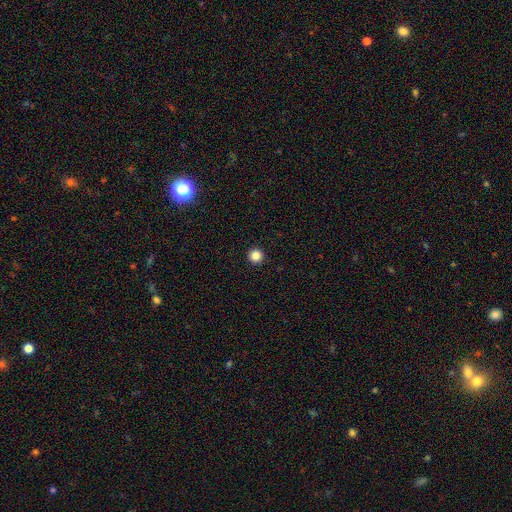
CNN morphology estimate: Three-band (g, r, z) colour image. It shows a smooth galaxy with no disk features (85%) that is round (96%). Merging: none (94%).